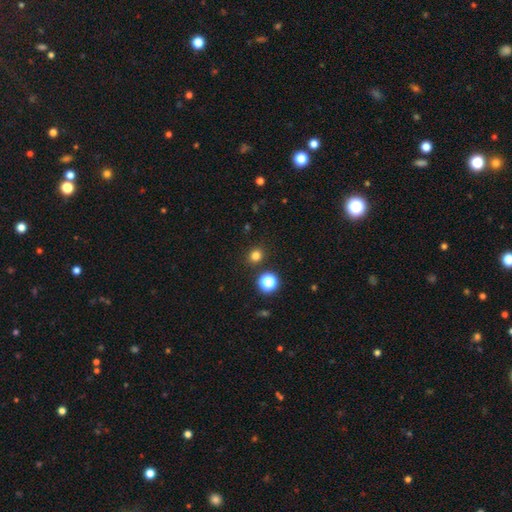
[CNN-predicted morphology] Smooth or featured? Predicted: smooth (p=0.78). How rounded? Predicted: round (p=0.83). Merging? Predicted: none (p=0.87).